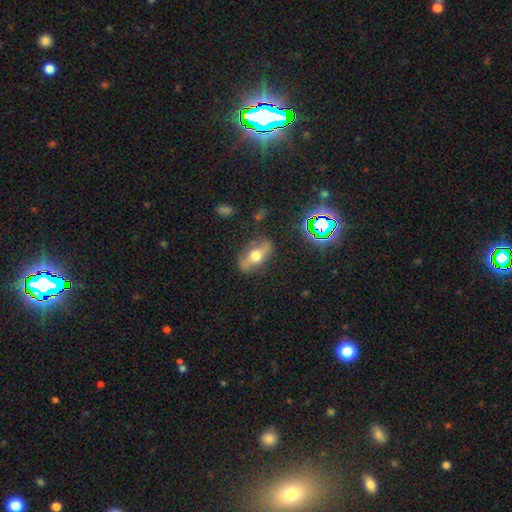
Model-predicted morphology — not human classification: Smooth or featured? featured or disk (50%)
Merging? none (78%)